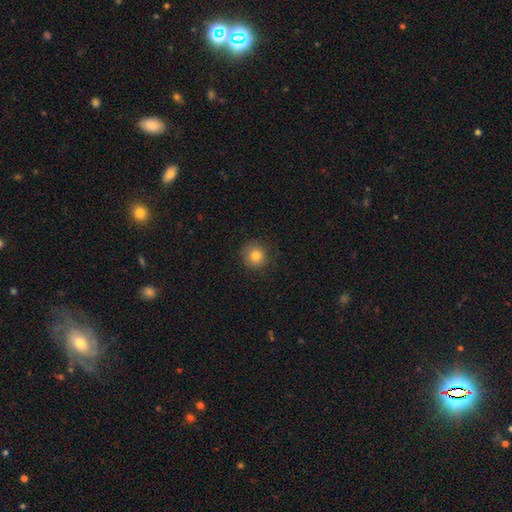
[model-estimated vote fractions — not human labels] smooth_or_featured: smooth (p=0.81) [alt: star or artifact p=0.11]
how_rounded: round (p=0.92) [alt: in between p=0.07]
merging: none (p=0.86) [alt: minor disturbance p=0.10]